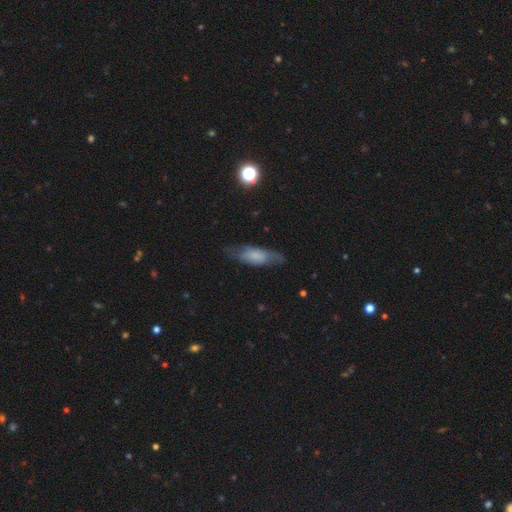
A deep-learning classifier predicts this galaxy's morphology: Overall: smooth (61%; featured or disk 31%). How rounded: in between (56%; cigar-shaped 41%). Merging: none (68%).